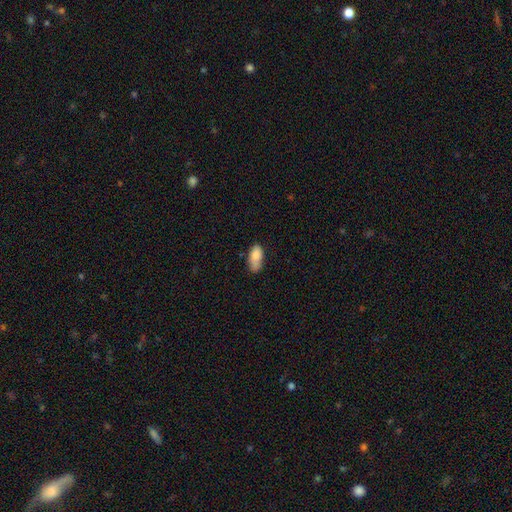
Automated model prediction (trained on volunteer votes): This is clearly a smooth galaxy (83%). How rounded: clearly in between (89%). Merging: possibly none (50%).